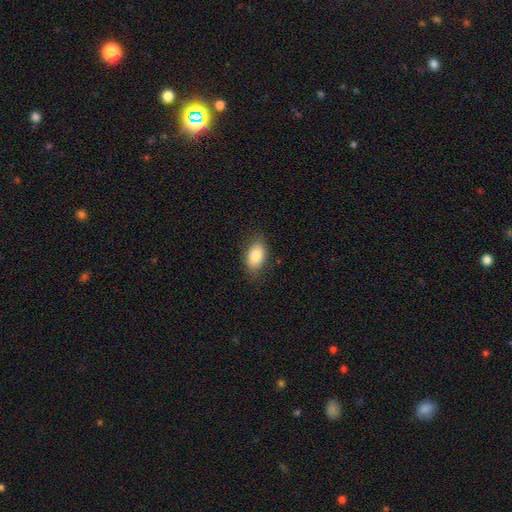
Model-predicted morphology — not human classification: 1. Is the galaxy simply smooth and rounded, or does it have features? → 83% smooth, 10% featured or disk, 7% star or artifact.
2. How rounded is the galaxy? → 88% in between, 10% round, 2% cigar-shaped.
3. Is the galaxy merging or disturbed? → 79% none, 16% minor disturbance, 4% major disturbance, 1% merger.